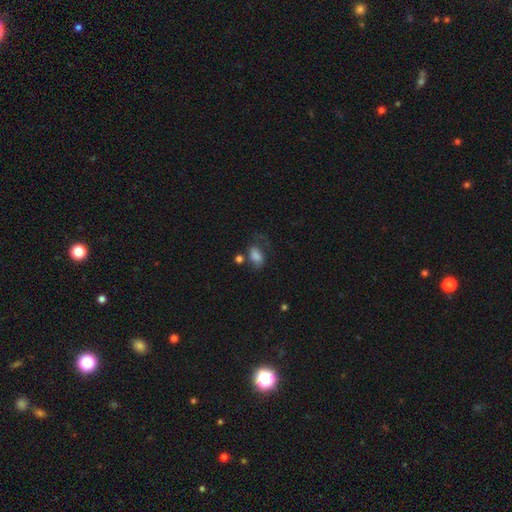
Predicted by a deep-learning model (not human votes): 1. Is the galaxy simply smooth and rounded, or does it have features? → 73% smooth, 16% featured or disk, 11% star or artifact.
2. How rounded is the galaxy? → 84% in between, 14% round, 2% cigar-shaped.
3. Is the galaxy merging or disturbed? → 36% none, 26% major disturbance, 24% minor disturbance, 14% merger.